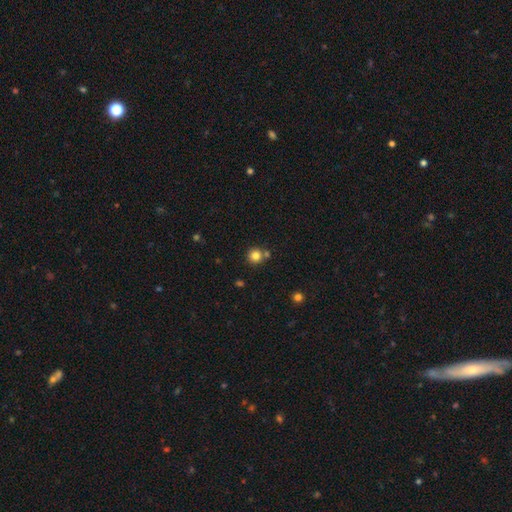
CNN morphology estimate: Overall: smooth (82%). How rounded: round (94%). Merging: none (74%).